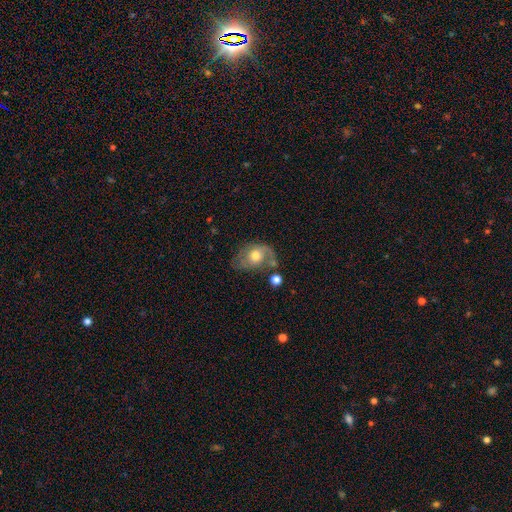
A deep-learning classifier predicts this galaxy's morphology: Q: Smooth or featured?
A: featured or disk (51%); runner-up: smooth (41%)
Q: Edge-on disk?
A: no (95%); runner-up: yes (5%)
Q: Merging?
A: none (40%); runner-up: minor disturbance (27%)